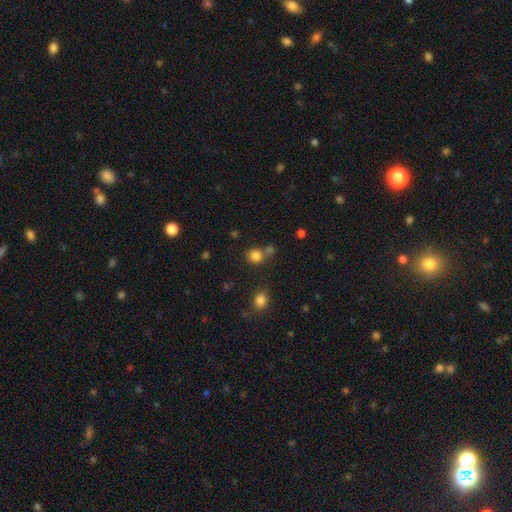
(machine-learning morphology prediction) smooth_or_featured: smooth (p=0.81) [alt: star or artifact p=0.13]
how_rounded: round (p=0.86) [alt: in between p=0.13]
merging: none (p=0.64) [alt: merger p=0.23]